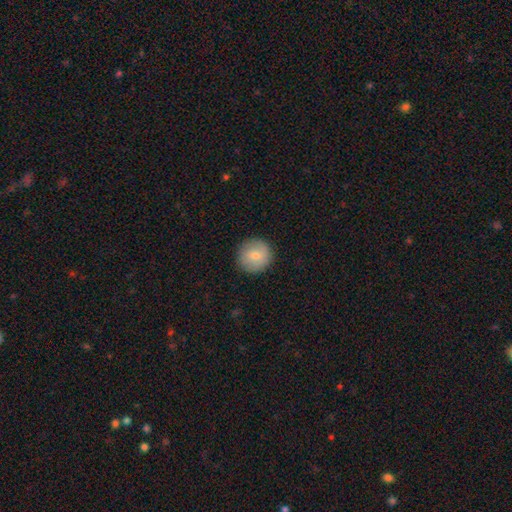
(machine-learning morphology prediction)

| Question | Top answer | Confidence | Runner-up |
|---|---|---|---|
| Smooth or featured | smooth | 76% | featured or disk (17%) |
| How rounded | round | 94% | in between (5%) |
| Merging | none | 90% | minor disturbance (7%) |